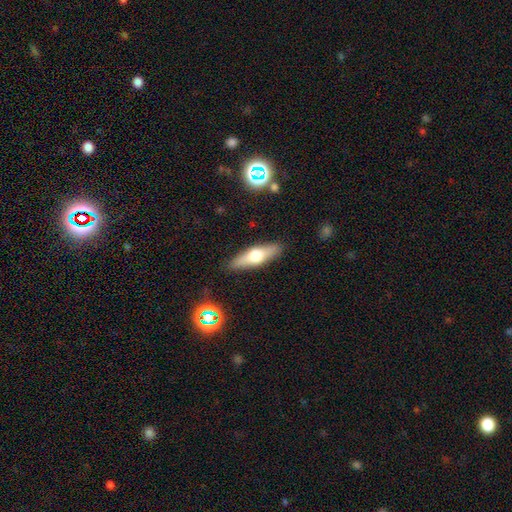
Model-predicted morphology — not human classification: type=smooth (47%); merging=none (88%).